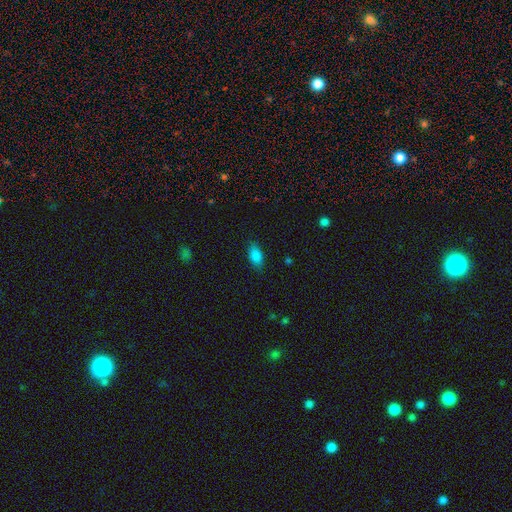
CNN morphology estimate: smooth_or_featured: smooth (p=0.85) [alt: star or artifact p=0.09]
how_rounded: in between (p=0.89) [alt: round p=0.06]
merging: none (p=0.83) [alt: minor disturbance p=0.13]